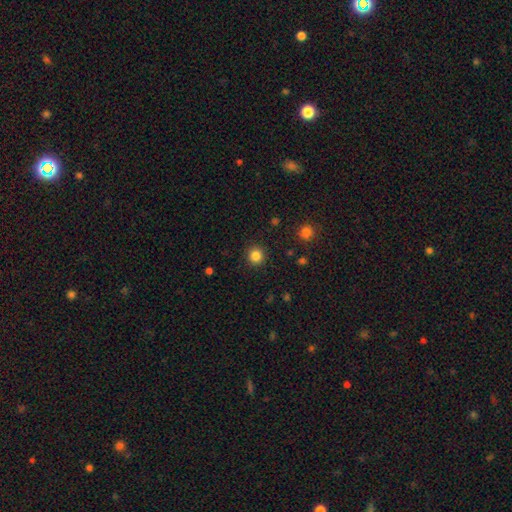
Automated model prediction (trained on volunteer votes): This appears to be a smooth galaxy with no disk features (84%) that is round (93%). Merging: none (92%).